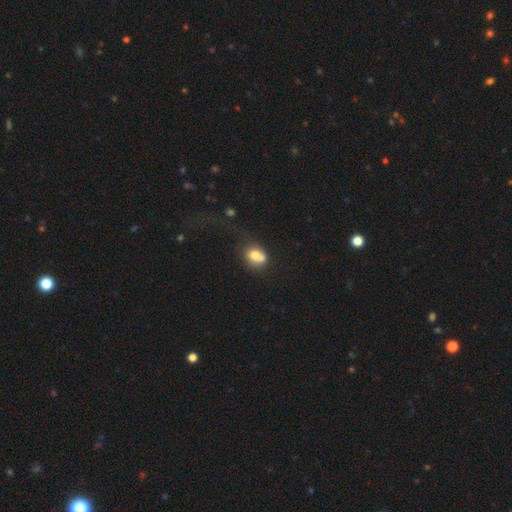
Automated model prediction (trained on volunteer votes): A smooth galaxy with no disk features (71%) that is round (53%).

Vote fractions:
- Smooth or featured? smooth: 71% / featured or disk: 19% / star or artifact: 10%
- How rounded? round: 53% / in between: 46% / cigar-shaped: 1%
- Merging? merger: 45% / none: 32% / minor disturbance: 14% / major disturbance: 8%